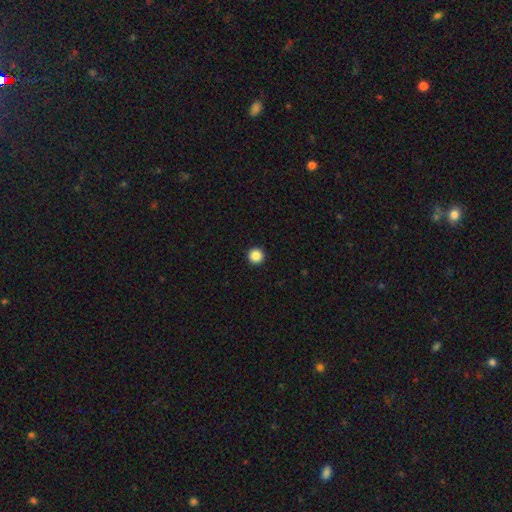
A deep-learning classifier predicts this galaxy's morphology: smooth 87%, star or artifact 10%, featured or disk 3%. Down the decision tree: how rounded — round (97%); merging — none (94%).